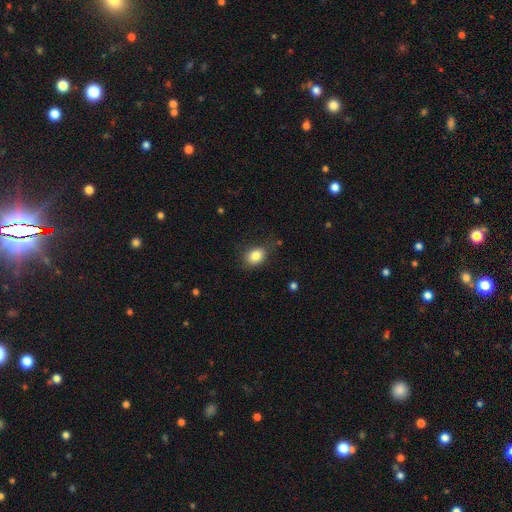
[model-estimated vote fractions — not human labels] smooth 84%, star or artifact 9%, featured or disk 7%. Down the decision tree: how rounded — in between (63%); merging — none (74%).